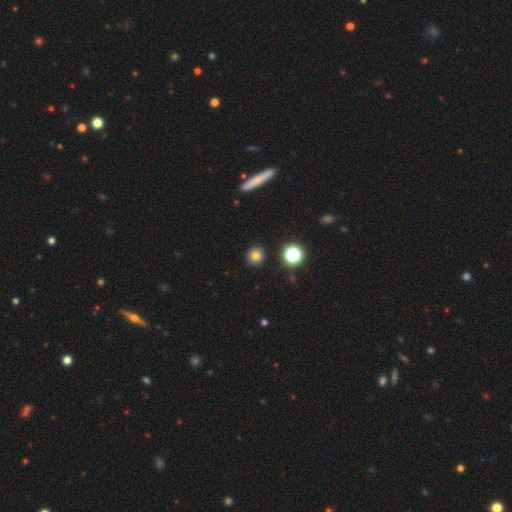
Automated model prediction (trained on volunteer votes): Overall: smooth (79%). How rounded: round (87%). Merging: none (90%).